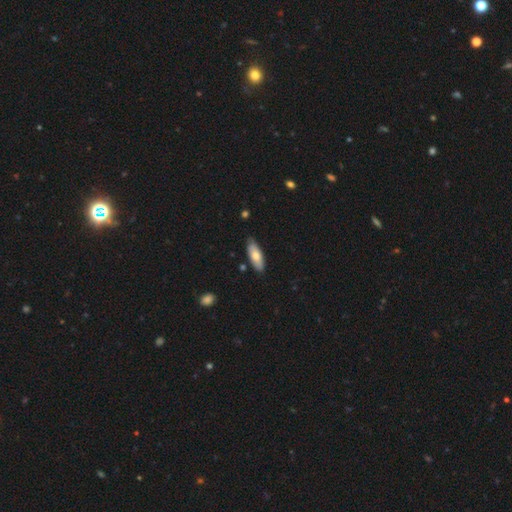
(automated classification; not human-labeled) Smooth or featured?
  - smooth: 71% *
  - featured or disk: 23%
  - star or artifact: 6%
How rounded?
  - in between: 67% *
  - cigar-shaped: 31%
  - round: 2%
Merging?
  - none: 82% *
  - minor disturbance: 14%
  - merger: 2%
  - major disturbance: 2%